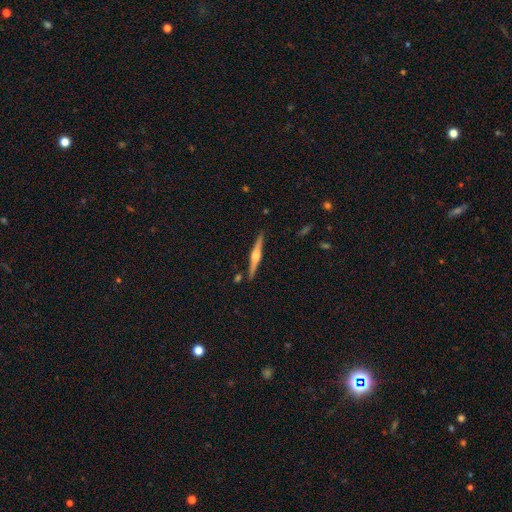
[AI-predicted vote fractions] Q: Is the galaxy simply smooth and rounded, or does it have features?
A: featured or disk — 78%.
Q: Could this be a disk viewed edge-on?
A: yes — 98%.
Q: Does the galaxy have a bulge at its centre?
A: rounded — 89%.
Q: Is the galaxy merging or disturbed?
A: none — 90%.